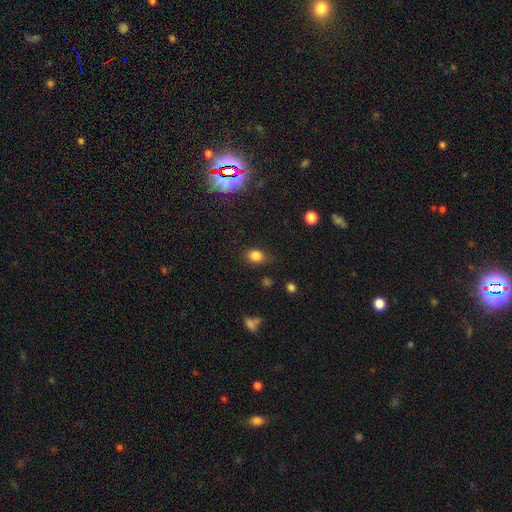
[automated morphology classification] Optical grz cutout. It shows a smooth galaxy with no disk features (82%) that is in between round and cigar-shaped (55%). Merging: none (72%).